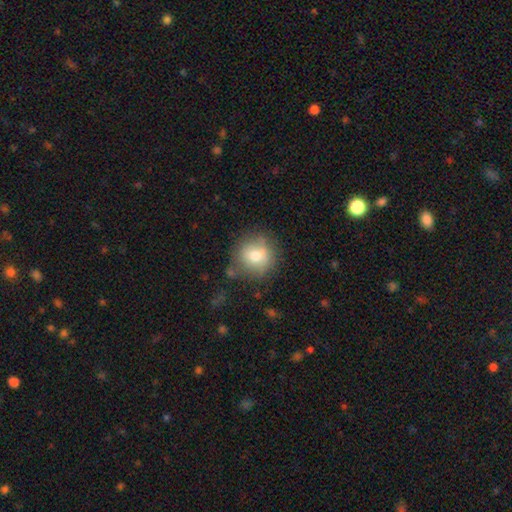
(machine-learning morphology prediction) Smooth or featured? smooth (72%)
How rounded? round (89%)
Merging? none (69%)